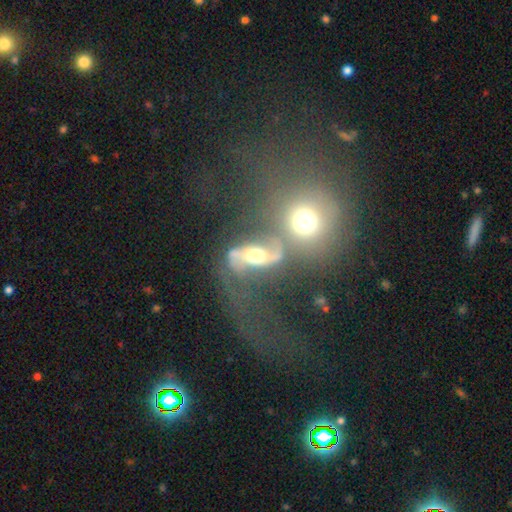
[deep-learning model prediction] Smooth or featured? Predicted: featured or disk (p=0.73). Edge-on disk? Predicted: no (p=0.93). Bar? Predicted: no (p=0.40). Spiral arms? Predicted: yes (p=0.86). Spiral winding? Predicted: loose (p=0.67). Spiral arm count? Predicted: 2 (p=0.90). Bulge size? Predicted: moderate (p=0.64). Merging? Predicted: merger (p=0.36, tied with none).